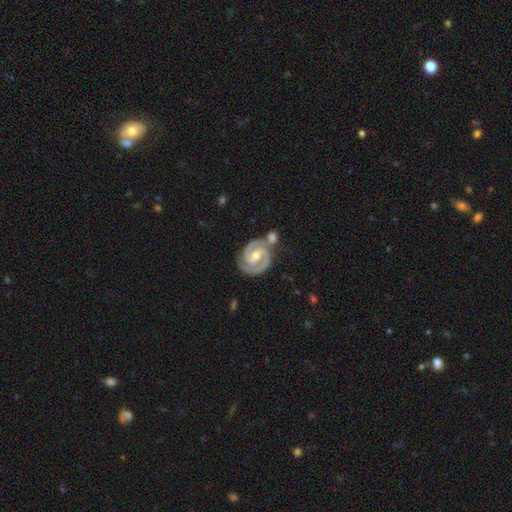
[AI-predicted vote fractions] Morphology: type=featured or disk (92%); edge-on=no (98%); bar=weak (47%); spiral arms=yes (98%); winding=tight (61%); arm count=2 (92%); bulge=moderate (60%); merging=none (65%).